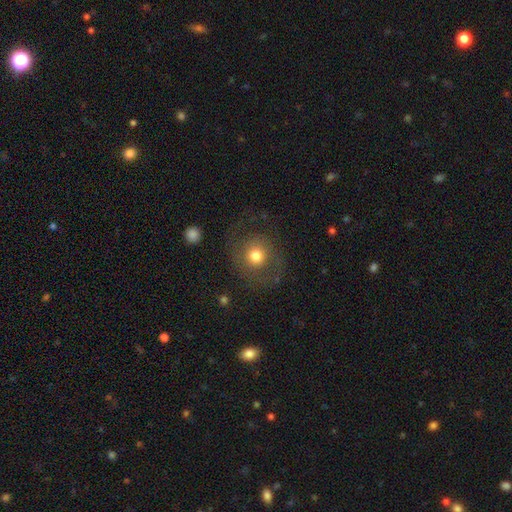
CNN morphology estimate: A smooth galaxy with no disk features (61%) that is round (82%).

Vote fractions:
- Smooth or featured? smooth: 61% / featured or disk: 29% / star or artifact: 10%
- How rounded? round: 82% / in between: 17% / cigar-shaped: 1%
- Merging? none: 65% / major disturbance: 19% / minor disturbance: 15% / merger: 2%